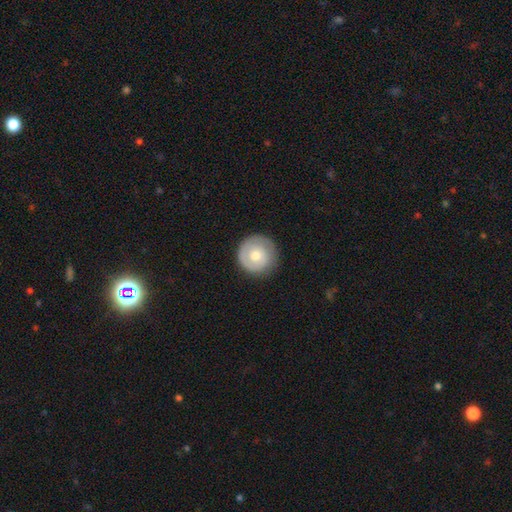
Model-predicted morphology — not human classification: A smooth galaxy with no disk features (53%) that is round (95%).

Vote fractions:
- Smooth or featured? smooth: 53% / featured or disk: 41% / star or artifact: 6%
- How rounded? round: 95% / in between: 4% / cigar-shaped: 1%
- Merging? none: 85% / minor disturbance: 11% / major disturbance: 3% / merger: 1%